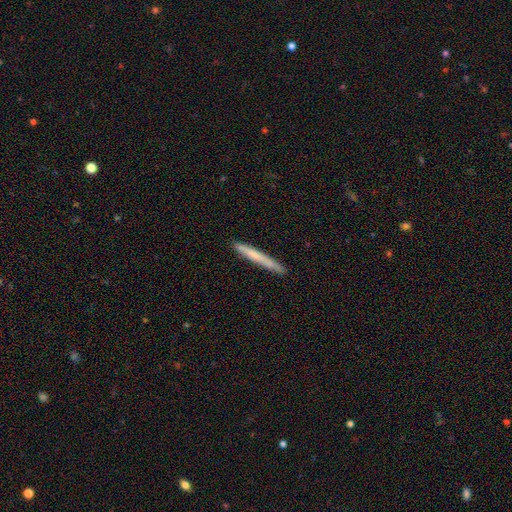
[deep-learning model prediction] Q: Smooth or featured?
A: smooth (65%); runner-up: featured or disk (30%)
Q: How rounded?
A: cigar-shaped (97%); runner-up: in between (2%)
Q: Merging?
A: none (89%); runner-up: minor disturbance (8%)